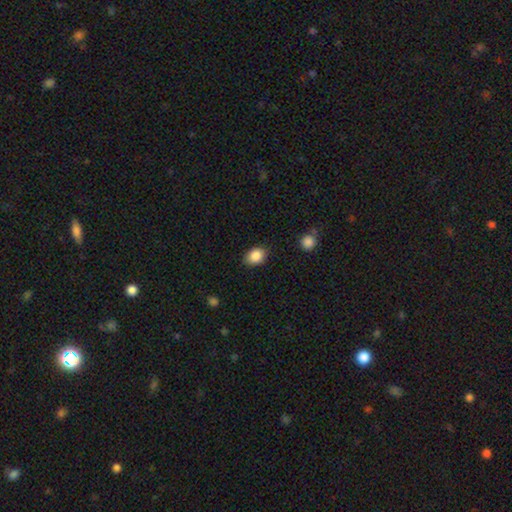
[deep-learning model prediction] smooth-or-featured: smooth: 87% | star or artifact: 8% | featured or disk: 5%
  how-rounded: in between: 72% | round: 27% | cigar-shaped: 1%
  merging: none: 81% | minor disturbance: 15% | major disturbance: 3% | merger: 2%